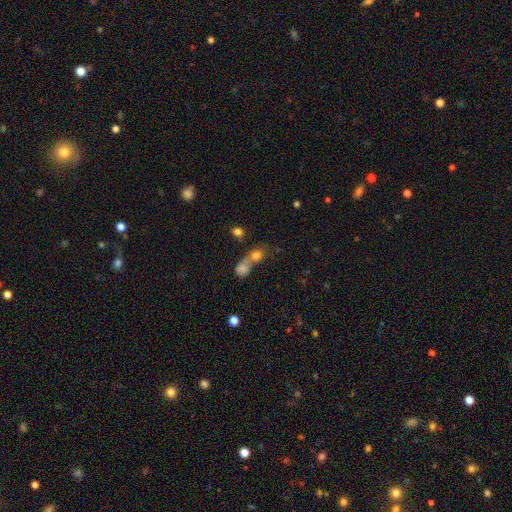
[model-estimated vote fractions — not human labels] A smooth galaxy with no disk features (75%) that is round (63%). Merging: merger (61%).